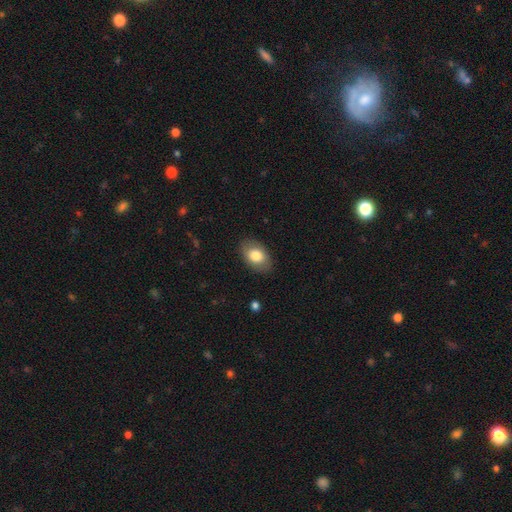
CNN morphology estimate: Q: Smooth or featured?
A: smooth (79%); runner-up: featured or disk (14%)
Q: How rounded?
A: in between (88%); runner-up: round (11%)
Q: Merging?
A: none (85%); runner-up: minor disturbance (11%)